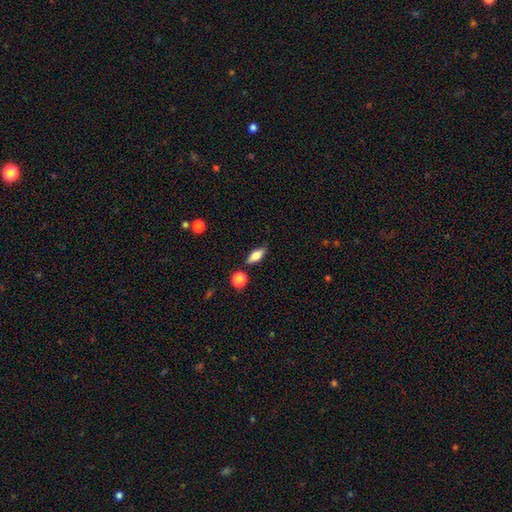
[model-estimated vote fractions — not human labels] Smooth or featured: smooth — 72% (featured or disk — 20%)
How rounded: in between — 77% (cigar-shaped — 18%)
Merging: none — 80% (minor disturbance — 12%)